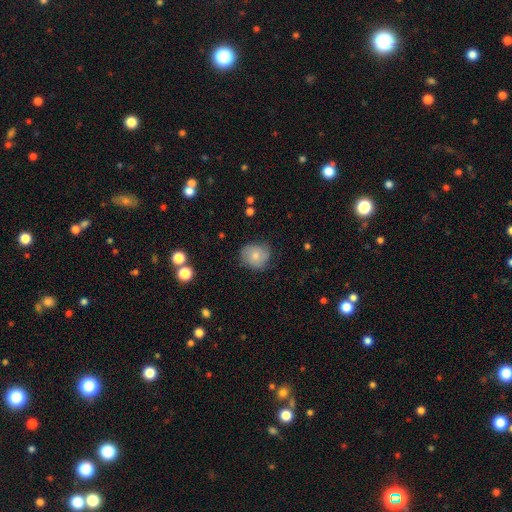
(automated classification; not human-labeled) Overall: smooth (73%). How rounded: round (82%). Merging: none (74%).